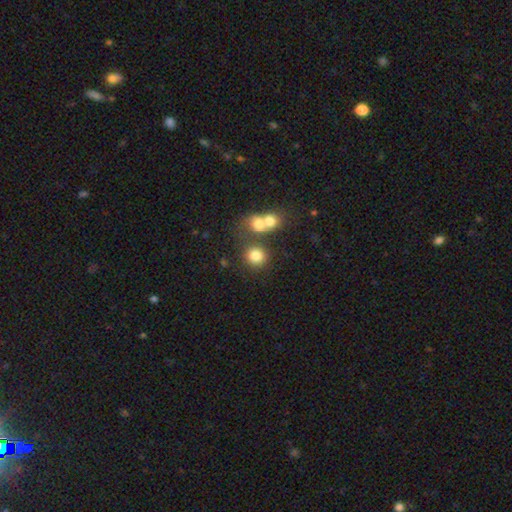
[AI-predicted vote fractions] A smooth galaxy with no disk features (80%) that is round (86%). Merging: none (64%).